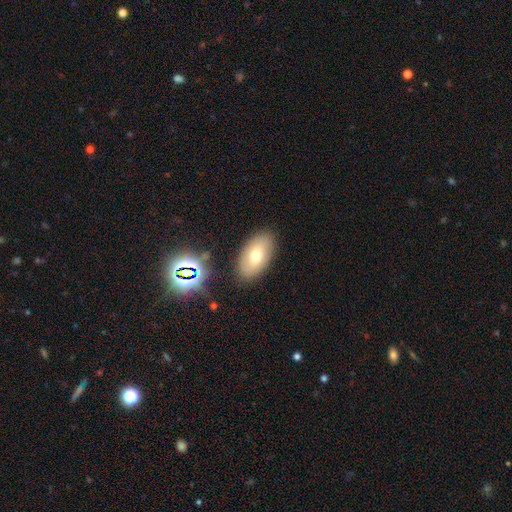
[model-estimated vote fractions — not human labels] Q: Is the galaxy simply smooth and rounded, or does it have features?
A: smooth — 65%.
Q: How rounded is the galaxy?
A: in between — 93%.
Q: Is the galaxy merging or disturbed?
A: none — 84%.